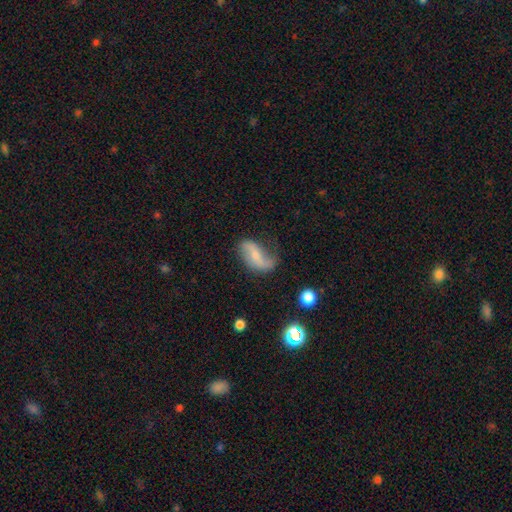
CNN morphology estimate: Overall: featured or disk (64%; smooth 28%). Edge-on disk: no (94%). Bar: no (42%; weak 36%). Spiral arms: yes (88%). Spiral arm count: 2 (79%). Spiral winding: loose (83%). Bulge size: small (54%; moderate 28%). Merging: none (52%; minor disturbance 28%).